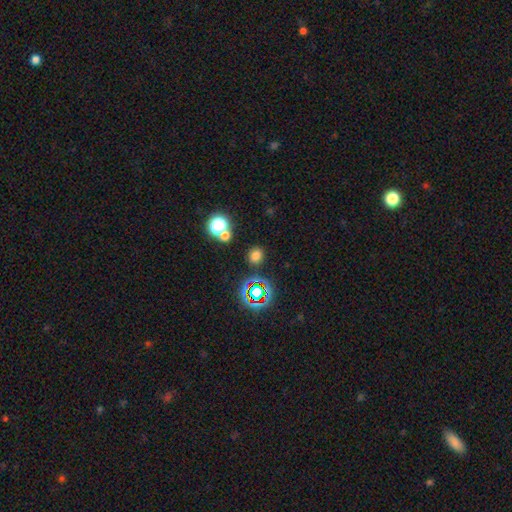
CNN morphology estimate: Overall: smooth (70%). How rounded: round (82%). Merging: none (82%).